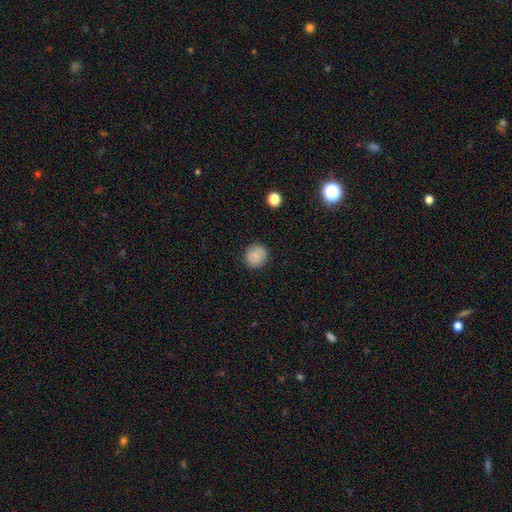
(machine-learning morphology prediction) The model was most divided on "smooth or featured": smooth: 84%, star or artifact: 9%, featured or disk: 7%. More confident: how rounded — round (92%); merging — none (90%).